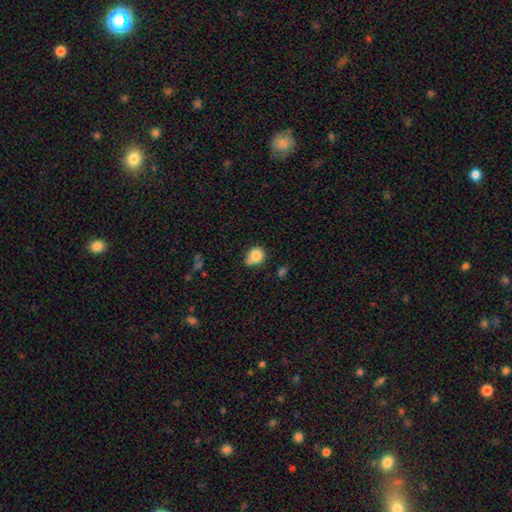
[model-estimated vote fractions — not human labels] A smooth galaxy with no disk features (83%) that is round (74%). Merging: none (49%).